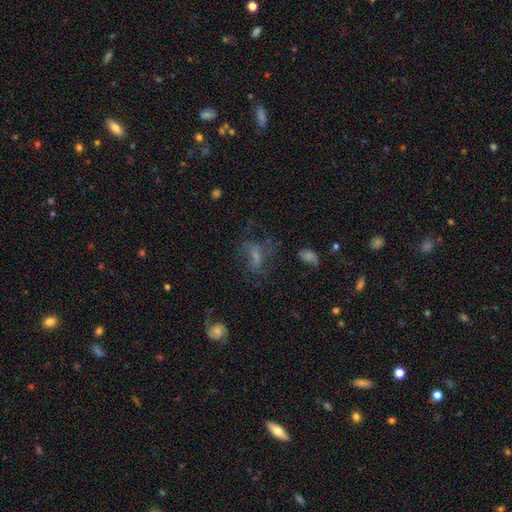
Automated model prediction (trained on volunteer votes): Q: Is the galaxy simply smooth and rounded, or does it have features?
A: featured or disk — 40%.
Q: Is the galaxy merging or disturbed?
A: none — 44%.